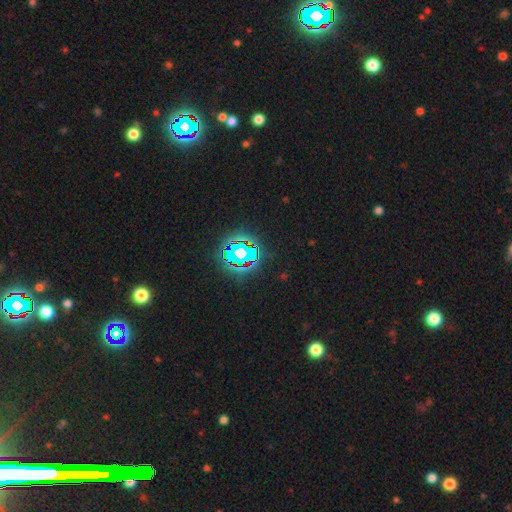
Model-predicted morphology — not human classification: Q: Smooth or featured?
A: star or artifact (84%); runner-up: smooth (10%)